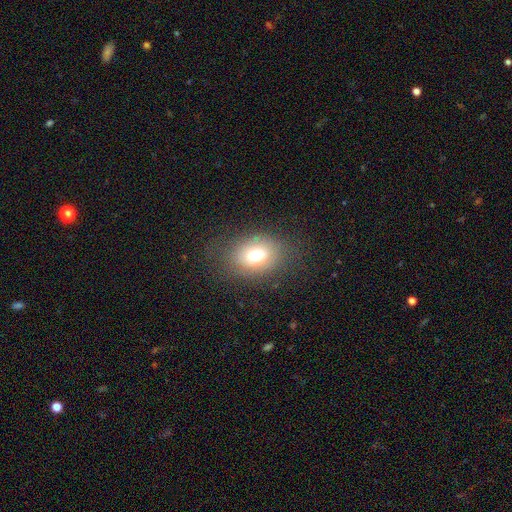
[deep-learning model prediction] Smooth or featured: smooth — 69% (featured or disk — 17%)
How rounded: in between — 61% (round — 38%)
Merging: none — 76% (minor disturbance — 15%)